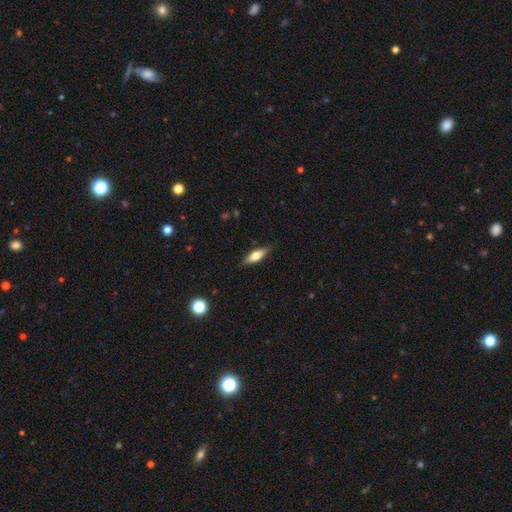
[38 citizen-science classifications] Smooth or featured: smooth — 53% (featured or disk — 37%)
How rounded: in between — 85% (cigar-shaped — 15%)
Merging: none — 82% (merger — 9%)